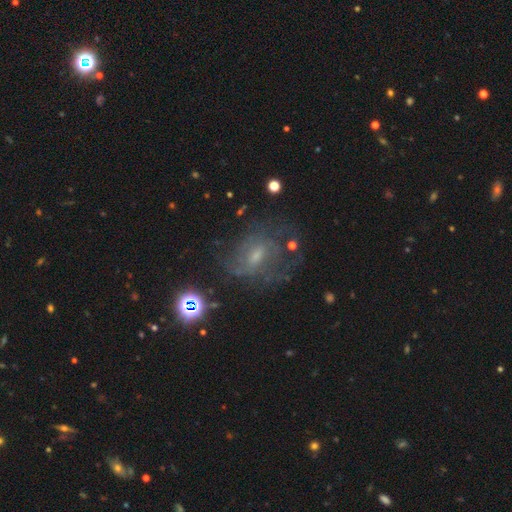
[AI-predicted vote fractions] Overall: featured or disk (60%; smooth 21%). Edge-on disk: no (95%). Bar: weak (47%; no 43%). Spiral arms: yes (66%; no 34%). Bulge size: small (52%; moderate 34%). Merging: none (54%; major disturbance 22%).